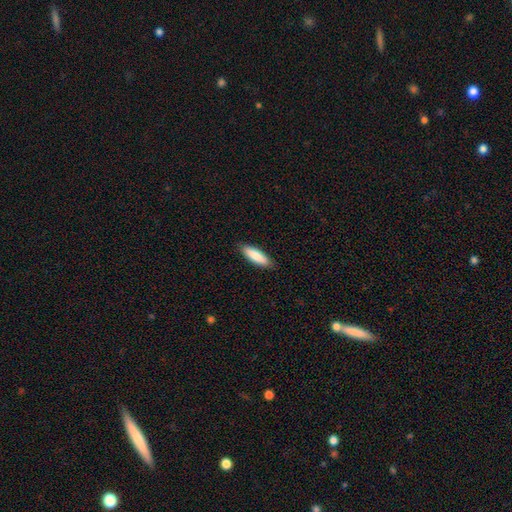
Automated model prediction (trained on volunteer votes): The model was most divided on "how rounded": cigar-shaped: 53%, in between: 46%, round: 1%. More confident: merging — none (88%); smooth or featured — smooth (86%).